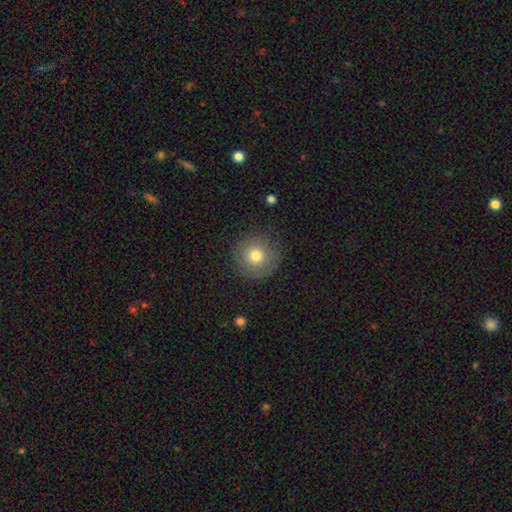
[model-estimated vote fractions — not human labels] A smooth galaxy with no disk features (73%) that is round (95%). Merging: none (84%).